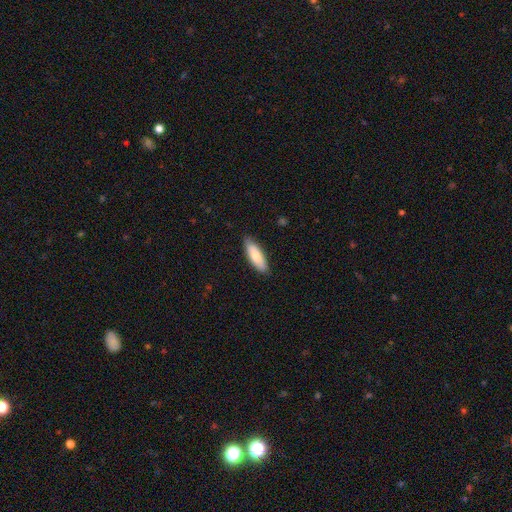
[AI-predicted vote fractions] smooth-or-featured: smooth: 79% | featured or disk: 16% | star or artifact: 5%
  how-rounded: in between: 58% | cigar-shaped: 41% | round: 2%
  merging: none: 86% | minor disturbance: 11% | major disturbance: 2% | merger: 1%